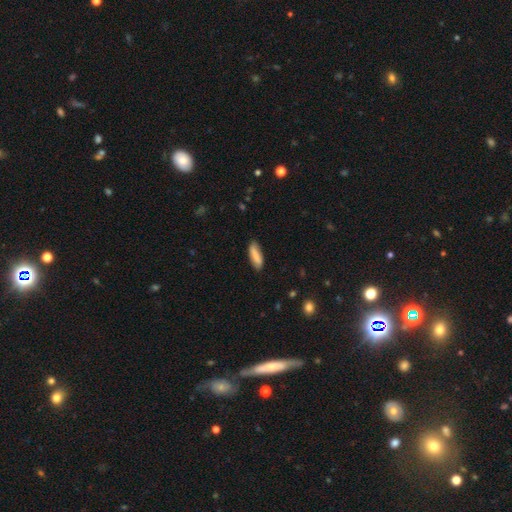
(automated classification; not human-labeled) Smooth or featured: smooth — 80% (featured or disk — 14%)
How rounded: cigar-shaped — 49% (tied with in between — 49%)
Merging: none — 83% (minor disturbance — 14%)